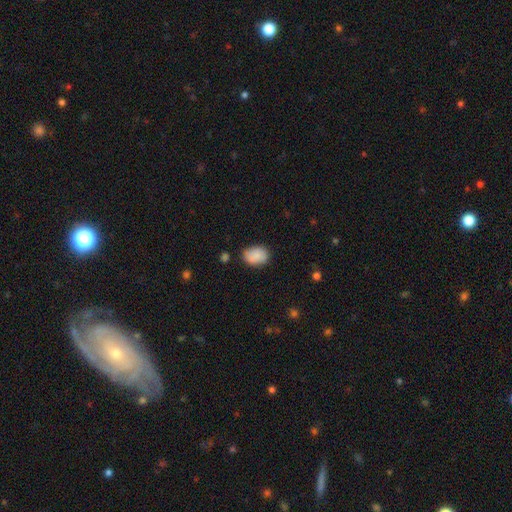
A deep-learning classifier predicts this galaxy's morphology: Q: Smooth or featured?
A: smooth (87%); runner-up: star or artifact (7%)
Q: How rounded?
A: in between (79%); runner-up: round (20%)
Q: Merging?
A: none (75%); runner-up: minor disturbance (19%)